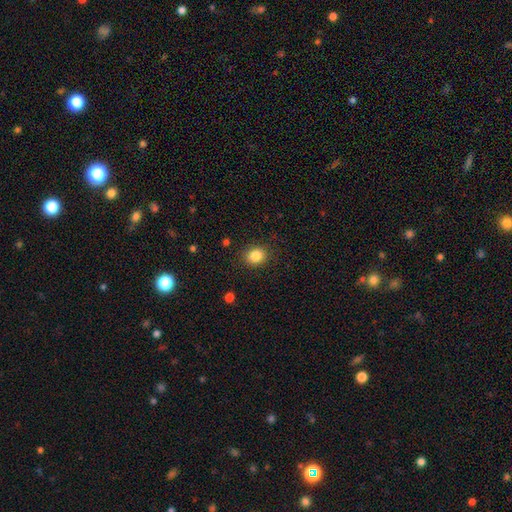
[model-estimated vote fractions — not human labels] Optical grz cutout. It shows a smooth galaxy with no disk features (84%) that is round (65%). Merging: none (87%).